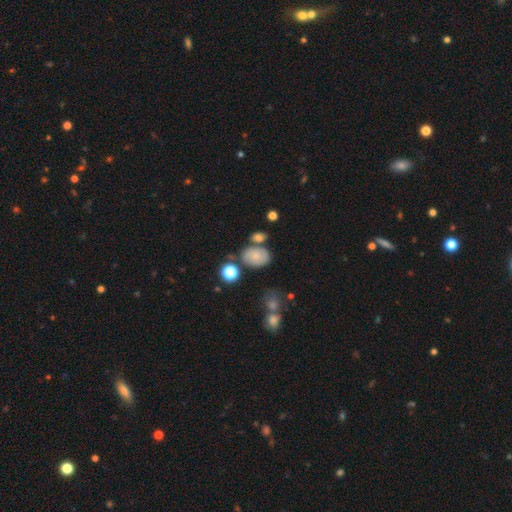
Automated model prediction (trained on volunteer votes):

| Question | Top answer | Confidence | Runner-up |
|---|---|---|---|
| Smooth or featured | smooth | 65% | featured or disk (23%) |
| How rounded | in between | 75% | round (24%) |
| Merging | none | 58% | minor disturbance (20%) |